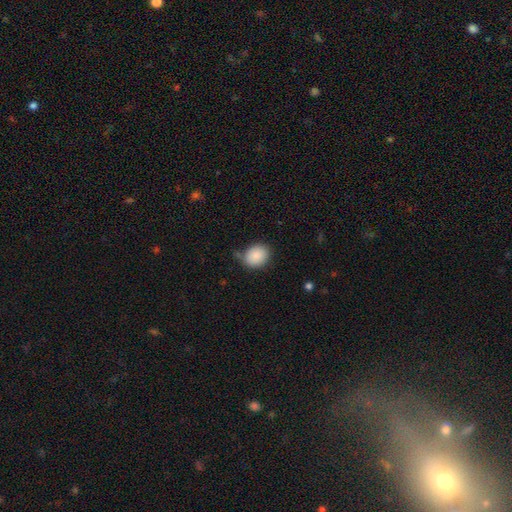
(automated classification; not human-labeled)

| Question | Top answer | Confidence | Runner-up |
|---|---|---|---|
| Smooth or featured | smooth | 88% | star or artifact (8%) |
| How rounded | round | 53% | in between (46%) |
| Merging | none | 71% | minor disturbance (20%) |